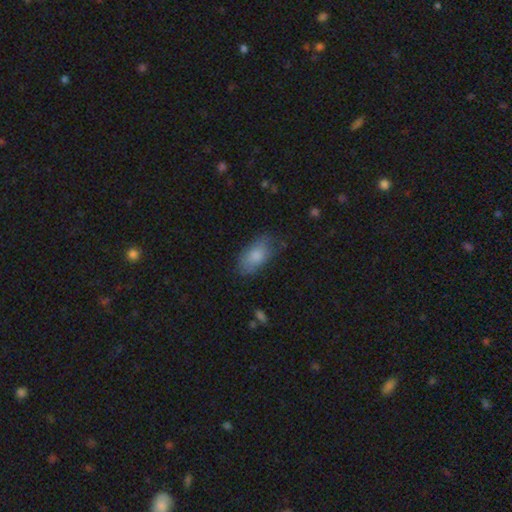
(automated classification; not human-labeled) A smooth galaxy with no disk features (81%) that is in between round and cigar-shaped (91%).

Vote fractions:
- Smooth or featured? smooth: 81% / featured or disk: 12% / star or artifact: 7%
- How rounded? in between: 91% / cigar-shaped: 5% / round: 4%
- Merging? none: 70% / minor disturbance: 22% / major disturbance: 6% / merger: 2%